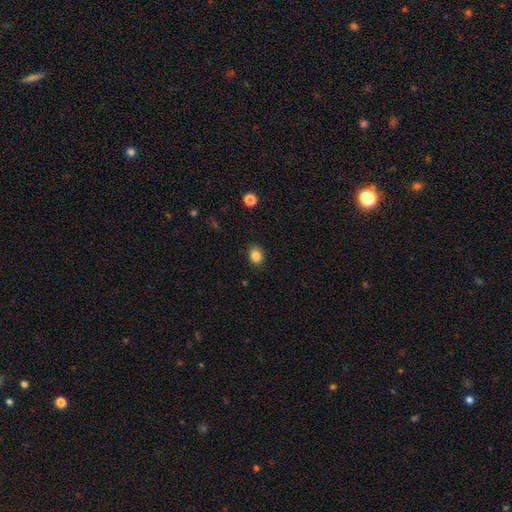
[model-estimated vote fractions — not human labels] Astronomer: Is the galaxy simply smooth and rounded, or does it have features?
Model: smooth — 84%.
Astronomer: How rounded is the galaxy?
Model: round — 56% (runner-up: in between, 43%).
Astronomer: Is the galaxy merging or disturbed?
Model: none — 88%.